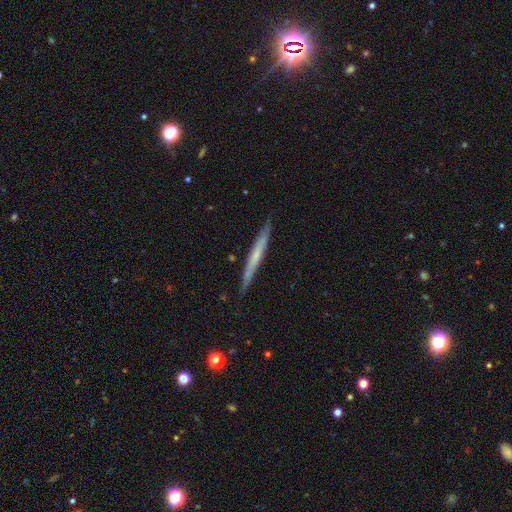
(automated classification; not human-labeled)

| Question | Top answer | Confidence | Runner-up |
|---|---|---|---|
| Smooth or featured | featured or disk | 51% | smooth (43%) |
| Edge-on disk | yes | 95% | no (5%) |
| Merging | none | 87% | minor disturbance (10%) |